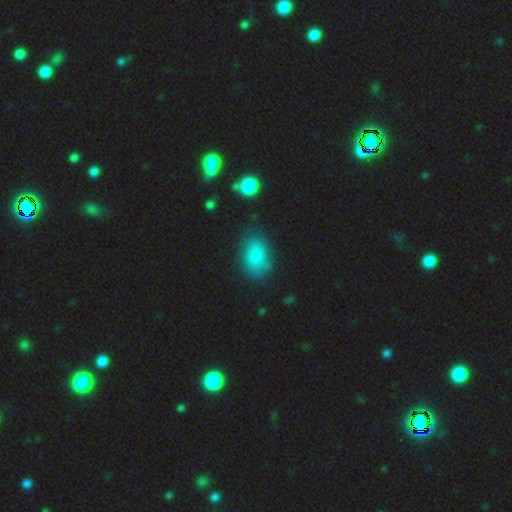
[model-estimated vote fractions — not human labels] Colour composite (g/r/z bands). It shows a smooth galaxy with no disk features (80%) that is in between round and cigar-shaped (83%). Merging: none (70%).